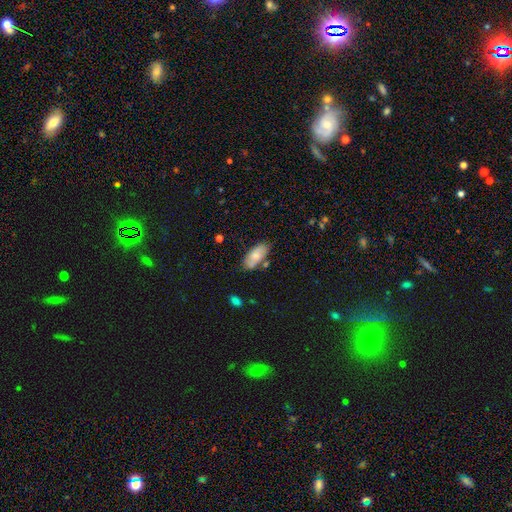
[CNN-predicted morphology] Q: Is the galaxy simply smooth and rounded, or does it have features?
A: smooth — 72%.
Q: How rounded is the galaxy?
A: in between — 89%.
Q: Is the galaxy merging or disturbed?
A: none — 74%.